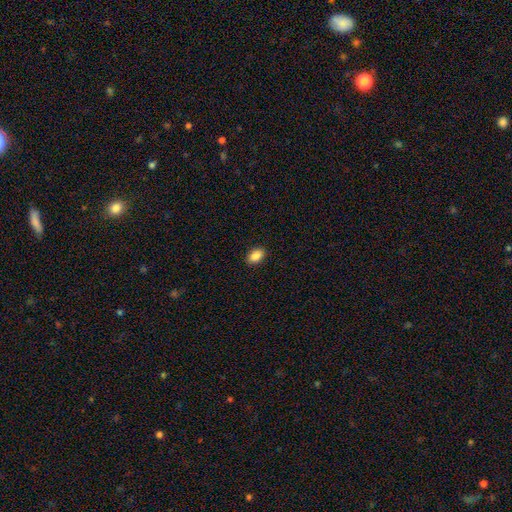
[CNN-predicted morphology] smooth-or-featured: smooth: 87% | star or artifact: 8% | featured or disk: 4%
  how-rounded: in between: 88% | round: 11% | cigar-shaped: 2%
  merging: none: 90% | minor disturbance: 7% | major disturbance: 2% | merger: 1%